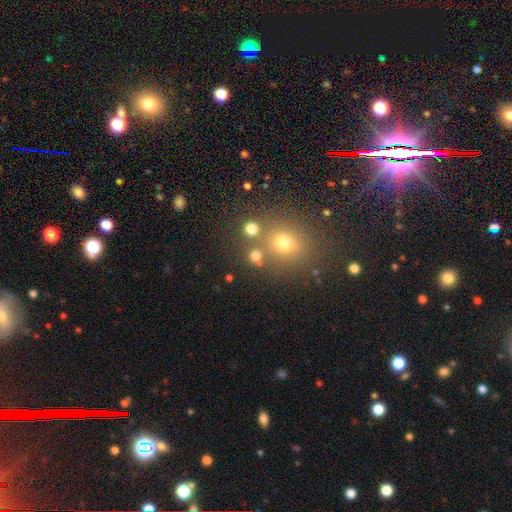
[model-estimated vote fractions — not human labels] Smooth or featured?
  - smooth: 71% *
  - star or artifact: 20%
  - featured or disk: 8%
How rounded?
  - round: 86% *
  - in between: 13%
  - cigar-shaped: 1%
Merging?
  - none: 73% *
  - merger: 15%
  - minor disturbance: 8%
  - major disturbance: 4%